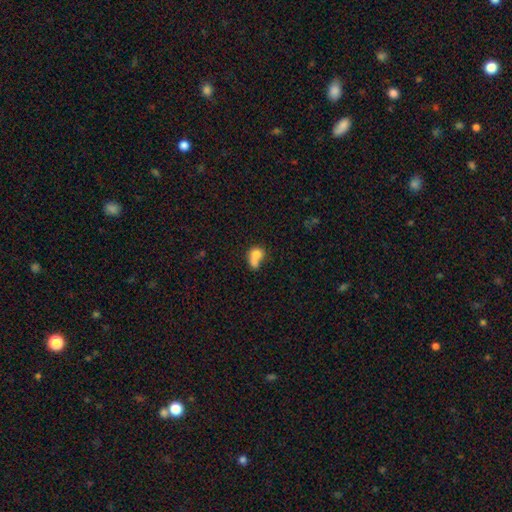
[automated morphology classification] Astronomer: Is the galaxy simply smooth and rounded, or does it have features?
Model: smooth — 74%.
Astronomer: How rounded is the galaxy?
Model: round — 50% (runner-up: in between, 48%).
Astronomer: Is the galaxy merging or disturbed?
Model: merger — 61%.